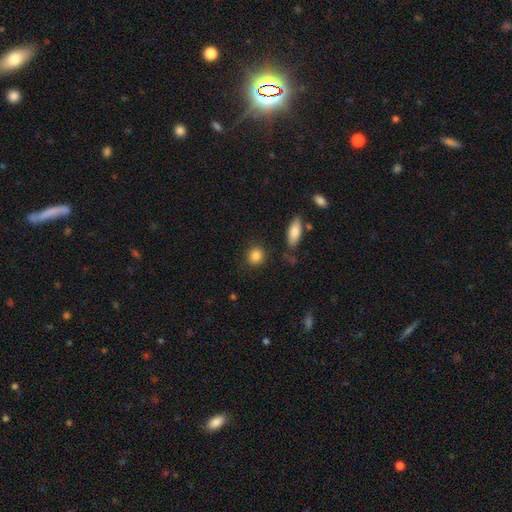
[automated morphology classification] Overall: smooth (86%). How rounded: round (83%). Merging: none (85%).